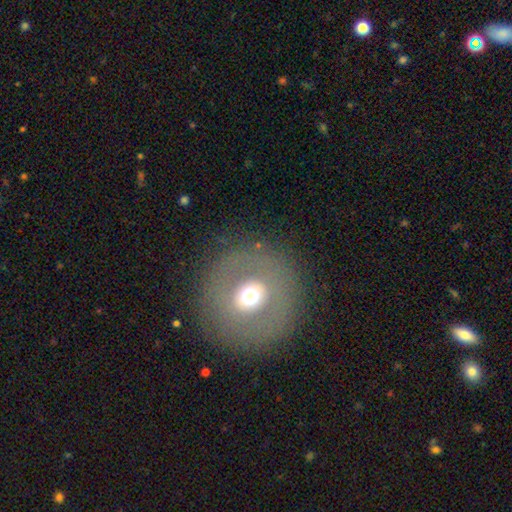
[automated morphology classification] type=smooth (52%); roundness=round (90%); merging=none (87%).